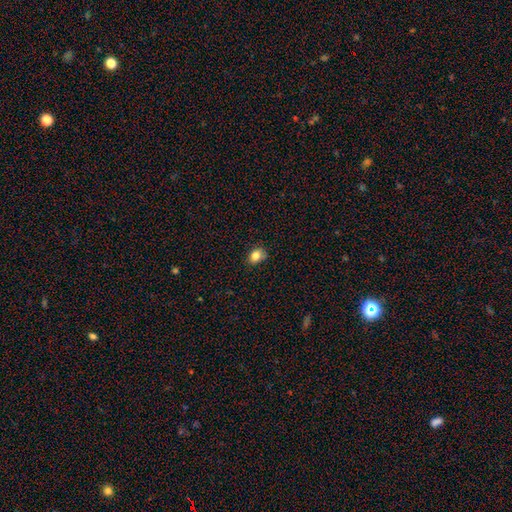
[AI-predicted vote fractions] Q: Smooth or featured?
A: smooth (83%); runner-up: star or artifact (11%)
Q: How rounded?
A: in between (57%); runner-up: round (42%)
Q: Merging?
A: none (80%); runner-up: minor disturbance (16%)